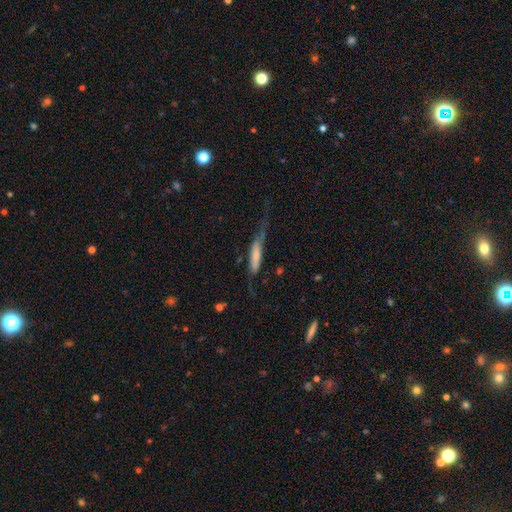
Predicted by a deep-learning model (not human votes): smooth-or-featured: smooth: 56% | featured or disk: 37% | star or artifact: 6%
  how-rounded: cigar-shaped: 82% | in between: 16% | round: 2%
  merging: none: 38% | major disturbance: 31% | minor disturbance: 27% | merger: 4%